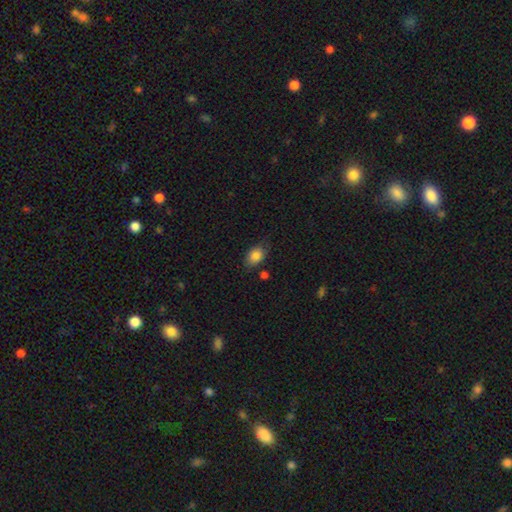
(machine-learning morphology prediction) Overall: smooth (85%). How rounded: in between (82%). Merging: none (73%).